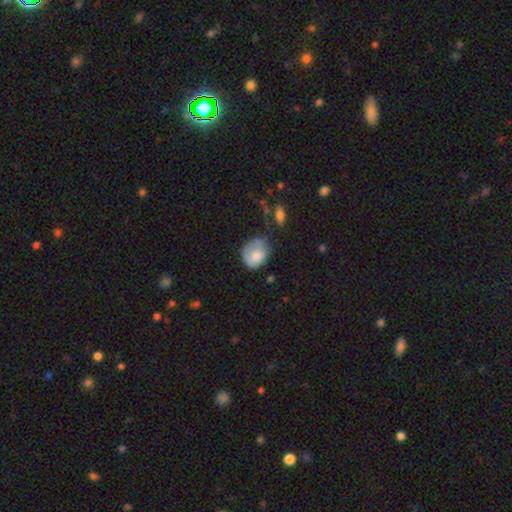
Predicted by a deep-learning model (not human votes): Smooth or featured?
  - smooth: 65% *
  - featured or disk: 28%
  - star or artifact: 7%
How rounded?
  - round: 52% *
  - in between: 47%
  - cigar-shaped: 1%
Merging?
  - none: 39% *
  - minor disturbance: 32%
  - major disturbance: 23%
  - merger: 5%